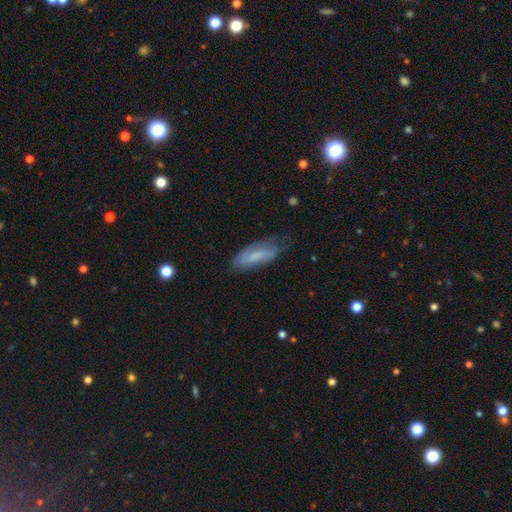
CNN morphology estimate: Smooth or featured? smooth (60%)
How rounded? in between (59%)
Merging? none (56%)